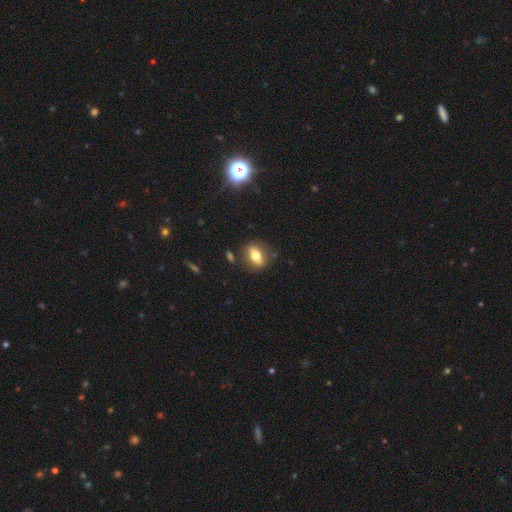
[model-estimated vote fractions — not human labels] Overall: smooth (67%). How rounded: in between (73%). Merging: none (80%).